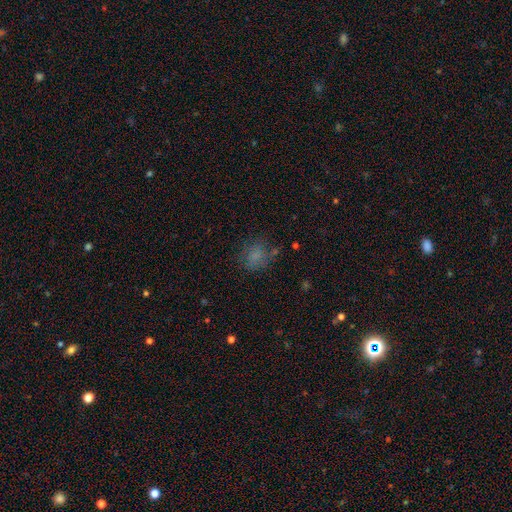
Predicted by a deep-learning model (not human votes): Smooth or featured?
  - smooth: 74% *
  - star or artifact: 15%
  - featured or disk: 12%
How rounded?
  - round: 68% *
  - in between: 31%
  - cigar-shaped: 1%
Merging?
  - none: 66% *
  - minor disturbance: 20%
  - major disturbance: 10%
  - merger: 4%